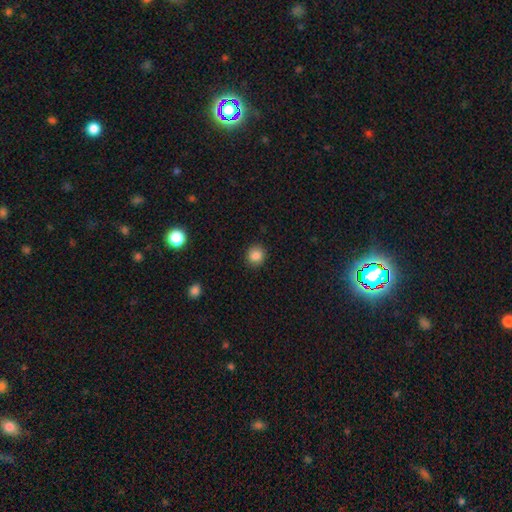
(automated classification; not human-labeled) smooth 86%, star or artifact 10%, featured or disk 4%. Down the decision tree: how rounded — round (85%); merging — none (89%).